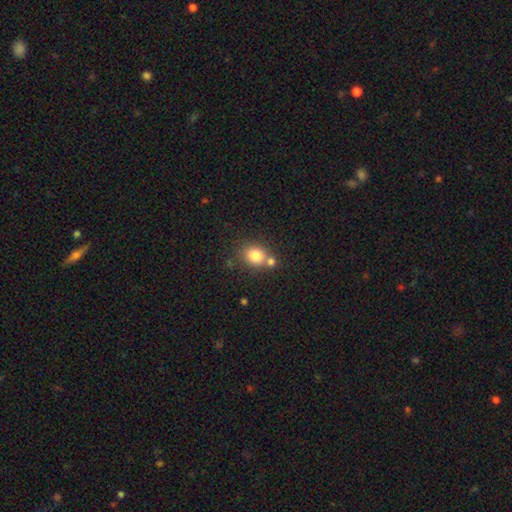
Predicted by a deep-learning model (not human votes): Smooth or featured? Predicted: smooth (p=0.81). How rounded? Predicted: round (p=0.69). Merging? Predicted: none (p=0.55).